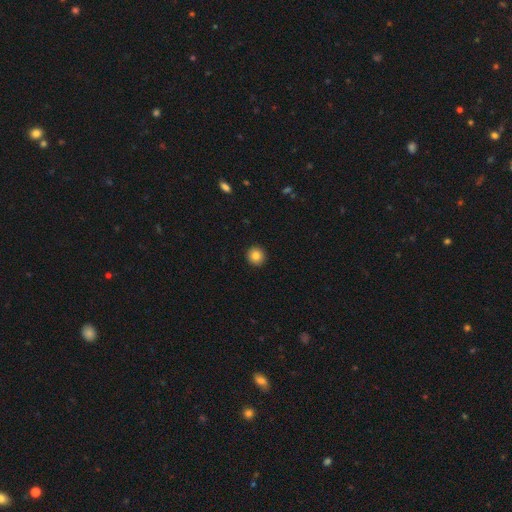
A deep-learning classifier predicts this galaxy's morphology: Overall: smooth (85%). How rounded: round (94%). Merging: none (93%).